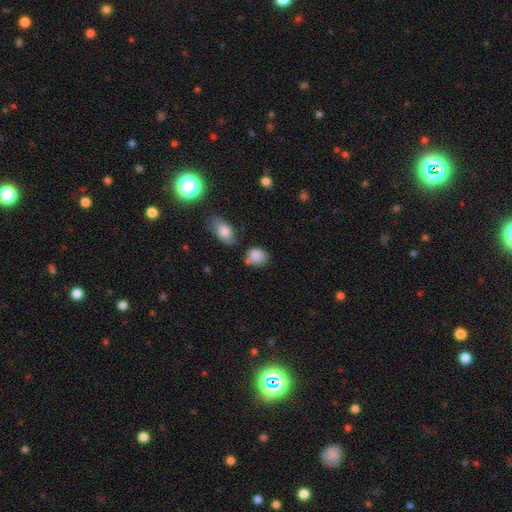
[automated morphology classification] Smooth or featured? smooth (85%)
How rounded? round (52%)
Merging? none (56%)